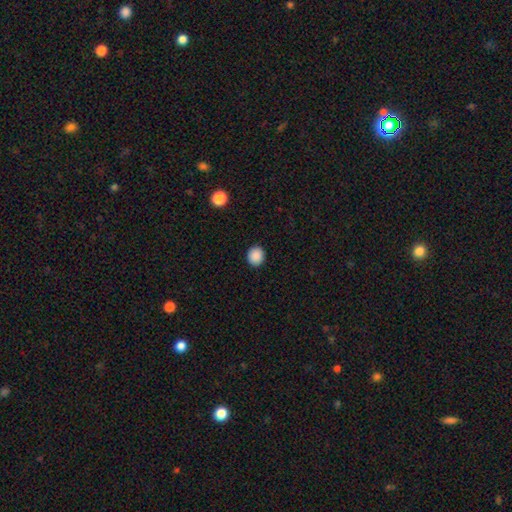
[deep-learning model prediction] This is clearly a smooth galaxy (89%). How rounded: clearly round (83%). Merging: clearly none (92%).